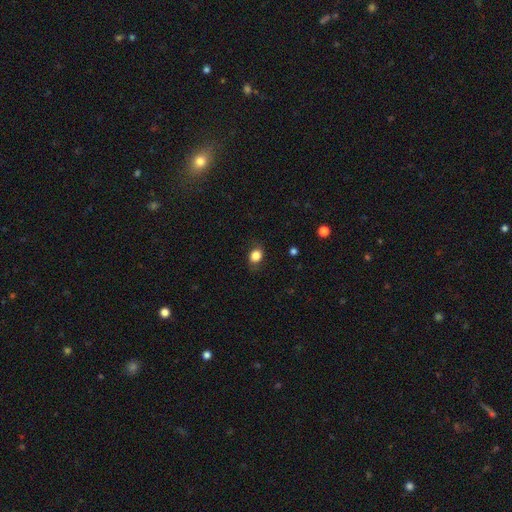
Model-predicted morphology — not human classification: The model was most divided on "how rounded": in between: 55%, round: 43%, cigar-shaped: 1%. More confident: smooth or featured — smooth (83%); merging — none (77%).